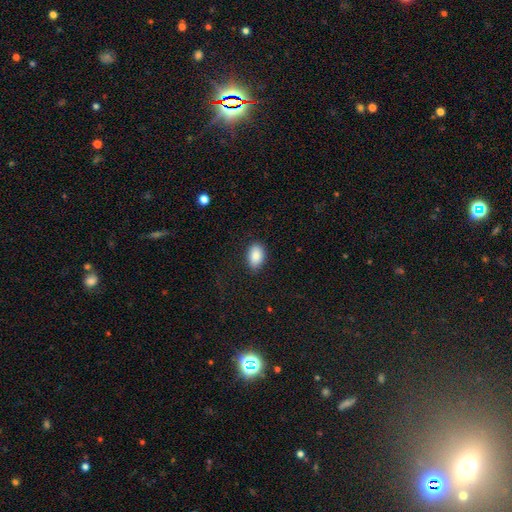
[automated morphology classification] Smooth or featured?
  - smooth: 88% *
  - star or artifact: 7%
  - featured or disk: 5%
How rounded?
  - in between: 89% *
  - round: 9%
  - cigar-shaped: 1%
Merging?
  - none: 85% *
  - minor disturbance: 11%
  - major disturbance: 3%
  - merger: 1%